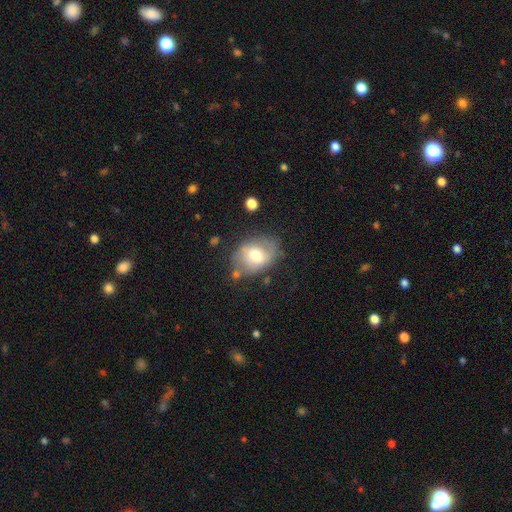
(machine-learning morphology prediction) type=smooth (54%); roundness=in between (67%); merging=none (64%).